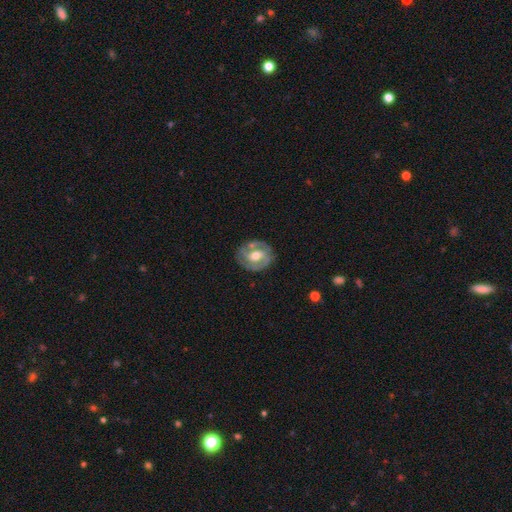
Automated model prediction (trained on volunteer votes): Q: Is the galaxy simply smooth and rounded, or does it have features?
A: featured or disk — 77%.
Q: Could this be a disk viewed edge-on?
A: no — 97%.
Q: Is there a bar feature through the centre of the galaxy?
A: weak — 43%.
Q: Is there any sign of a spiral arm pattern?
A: yes — 82%.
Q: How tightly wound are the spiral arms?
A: tight — 51%.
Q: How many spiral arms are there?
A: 2 — 74%.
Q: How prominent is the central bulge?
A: moderate — 70%.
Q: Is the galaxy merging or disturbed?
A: none — 74%.